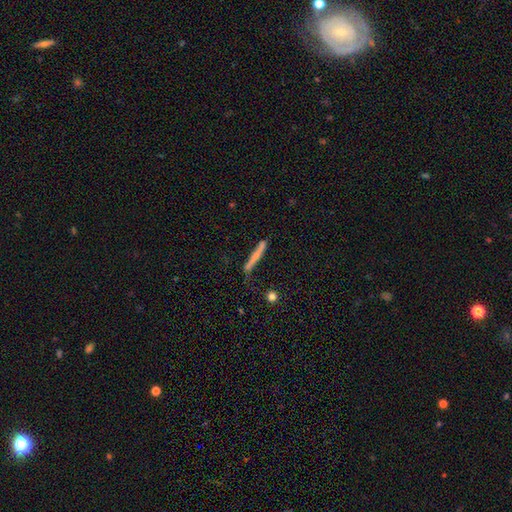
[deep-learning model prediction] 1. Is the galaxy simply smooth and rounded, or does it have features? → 56% smooth, 36% featured or disk, 8% star or artifact.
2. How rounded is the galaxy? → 95% cigar-shaped, 3% in between, 2% round.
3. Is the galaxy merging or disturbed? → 71% none, 19% minor disturbance, 6% major disturbance, 4% merger.